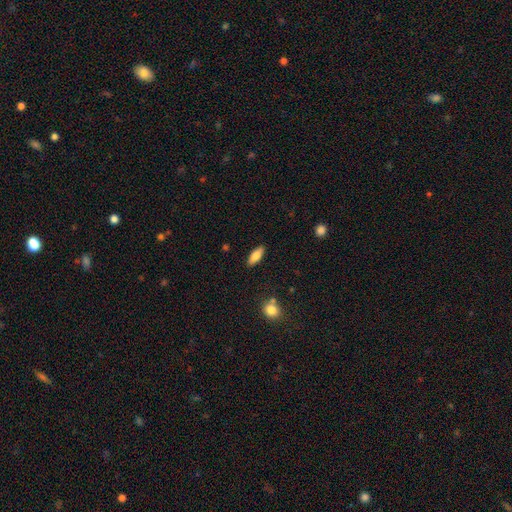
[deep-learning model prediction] Overall: smooth (77%). How rounded: in between (69%). Merging: none (88%).